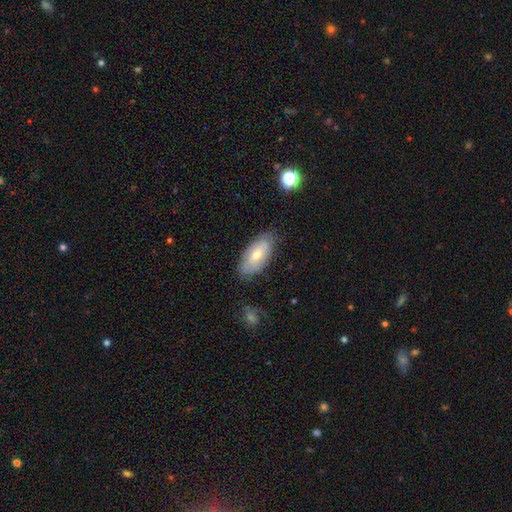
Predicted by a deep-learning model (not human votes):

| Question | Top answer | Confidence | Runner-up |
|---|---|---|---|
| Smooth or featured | smooth | 58% | featured or disk (36%) |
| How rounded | in between | 90% | cigar-shaped (7%) |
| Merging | none | 77% | minor disturbance (17%) |